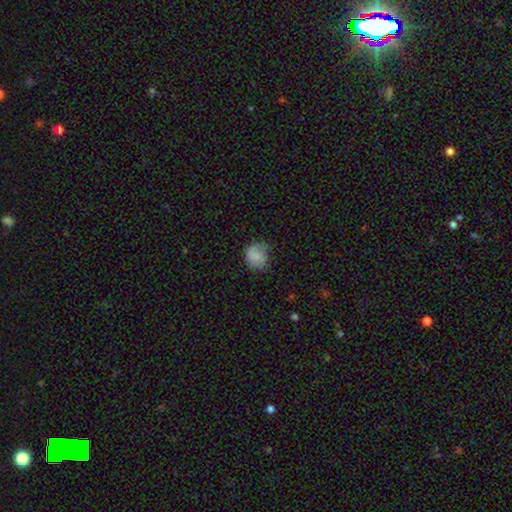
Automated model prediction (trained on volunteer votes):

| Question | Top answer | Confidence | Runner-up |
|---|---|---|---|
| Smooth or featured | smooth | 81% | featured or disk (11%) |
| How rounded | round | 79% | in between (20%) |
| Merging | none | 55% | minor disturbance (32%) |